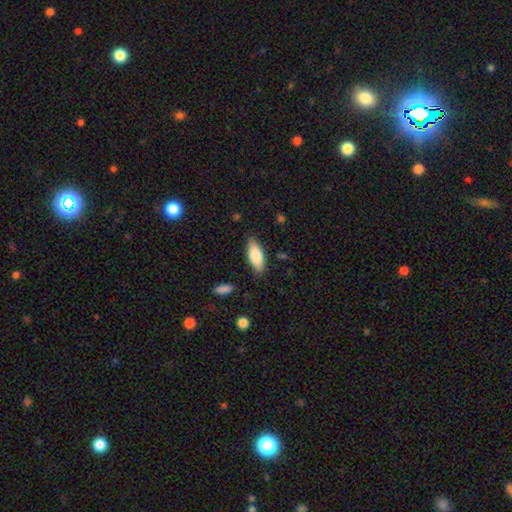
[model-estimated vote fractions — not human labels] smooth_or_featured: smooth (p=0.82) [alt: featured or disk p=0.12]
how_rounded: in between (p=0.78) [alt: cigar-shaped p=0.20]
merging: none (p=0.84) [alt: minor disturbance p=0.12]